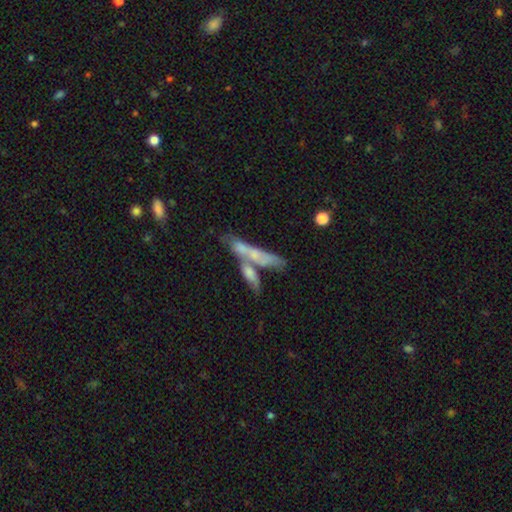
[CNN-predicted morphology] This appears to be a smooth galaxy with no disk features (51%) that is cigar-shaped (75%). Merging: merger (50%).